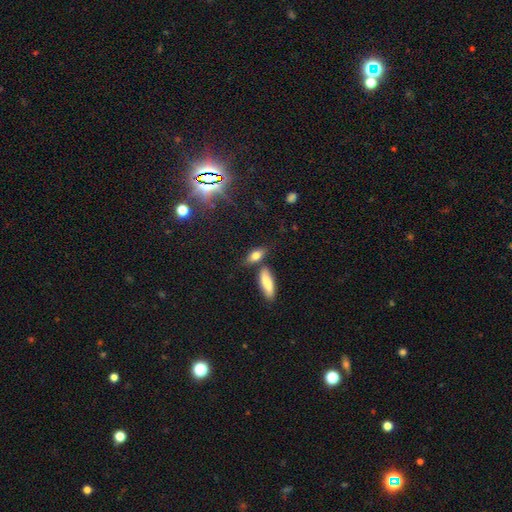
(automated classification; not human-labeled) This is likely a smooth galaxy (76%). How rounded: likely in between (75%). Merging: likely none (64%).